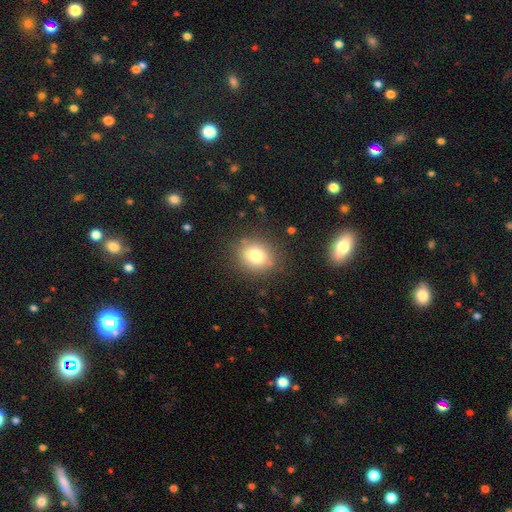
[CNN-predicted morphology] type=smooth (78%); roundness=round (69%); merging=none (84%).